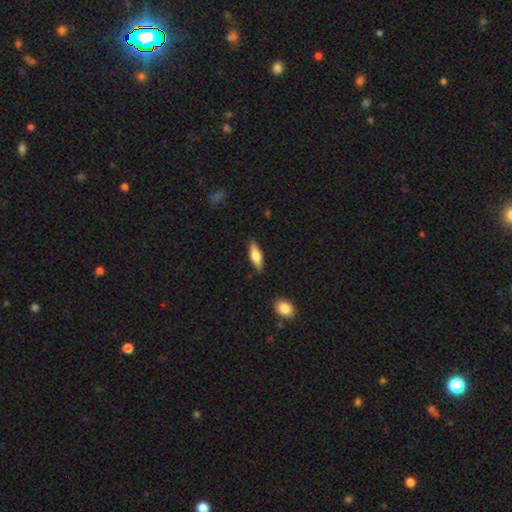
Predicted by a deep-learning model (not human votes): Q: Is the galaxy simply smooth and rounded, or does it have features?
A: smooth — 62%.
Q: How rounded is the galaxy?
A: in between — 53%.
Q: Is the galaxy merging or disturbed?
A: none — 85%.